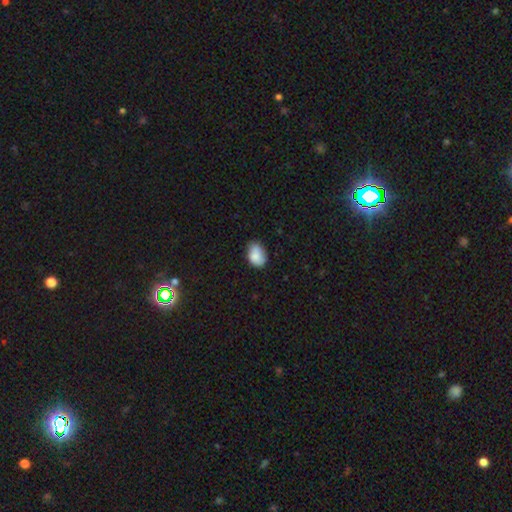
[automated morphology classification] This is clearly a smooth galaxy (83%). How rounded: likely in between (75%). Merging: likely none (61%).